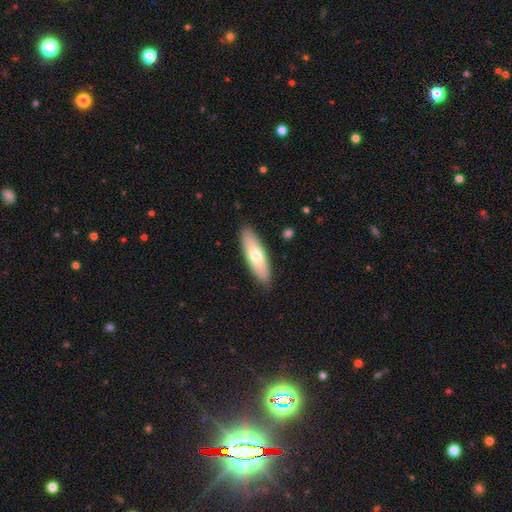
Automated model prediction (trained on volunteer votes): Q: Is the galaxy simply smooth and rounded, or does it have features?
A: smooth — 67%.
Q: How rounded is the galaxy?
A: cigar-shaped — 52%.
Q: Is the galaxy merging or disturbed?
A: none — 88%.